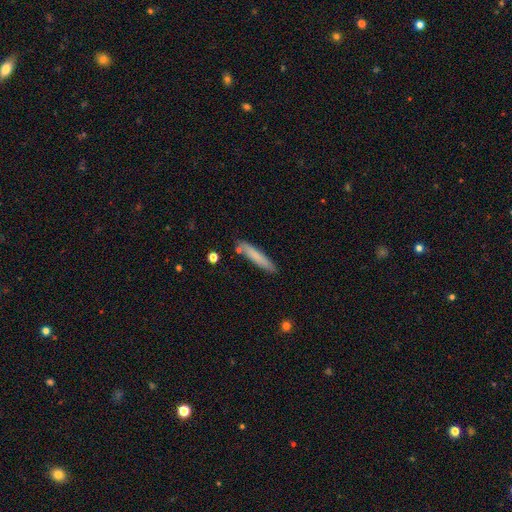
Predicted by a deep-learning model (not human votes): Smooth or featured?
  - smooth: 77% *
  - featured or disk: 16%
  - star or artifact: 6%
How rounded?
  - cigar-shaped: 91% *
  - in between: 7%
  - round: 1%
Merging?
  - none: 84% *
  - minor disturbance: 11%
  - merger: 3%
  - major disturbance: 2%